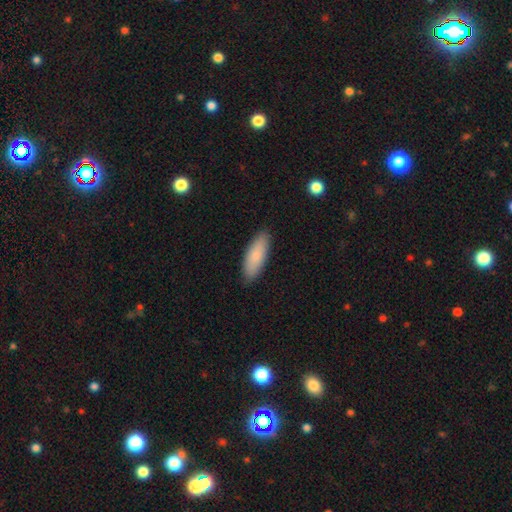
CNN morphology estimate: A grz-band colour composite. It shows a smooth galaxy with no disk features (84%) that is in between round and cigar-shaped (68%). Merging: none (87%).